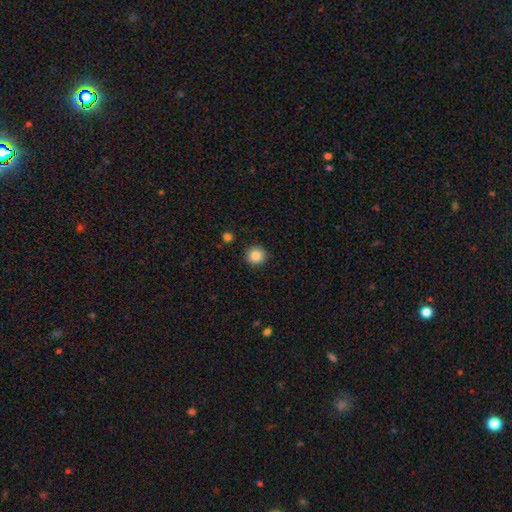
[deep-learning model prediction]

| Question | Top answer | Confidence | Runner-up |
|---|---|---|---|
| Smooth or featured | smooth | 86% | star or artifact (10%) |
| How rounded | round | 91% | in between (8%) |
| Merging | none | 90% | minor disturbance (7%) |